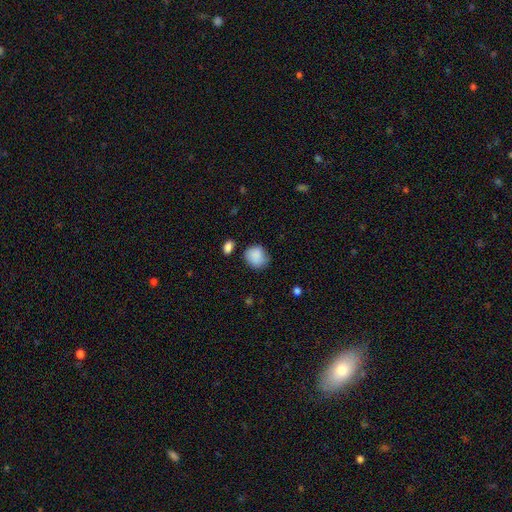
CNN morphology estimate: Smooth or featured?
  - smooth: 87% *
  - star or artifact: 8%
  - featured or disk: 5%
How rounded?
  - round: 78% *
  - in between: 21%
  - cigar-shaped: 1%
Merging?
  - none: 66% *
  - minor disturbance: 23%
  - major disturbance: 6%
  - merger: 4%